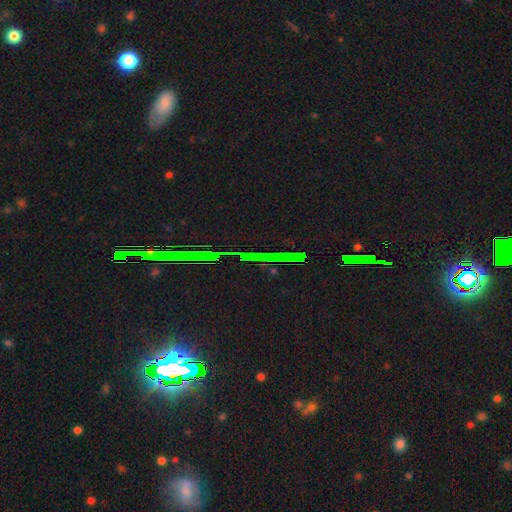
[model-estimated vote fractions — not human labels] Overall: star or artifact (80%).